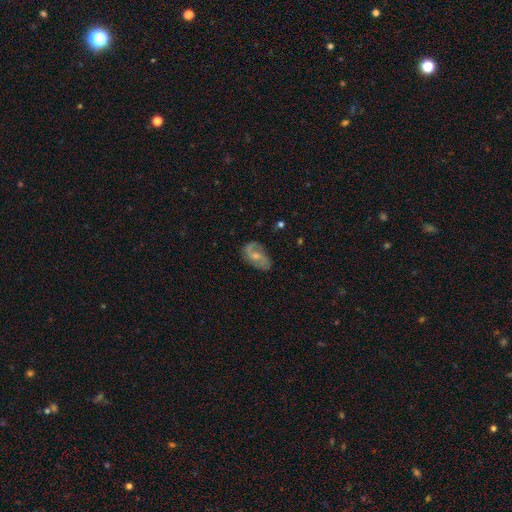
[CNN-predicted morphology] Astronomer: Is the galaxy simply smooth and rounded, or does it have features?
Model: featured or disk — 70%.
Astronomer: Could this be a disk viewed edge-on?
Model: no — 96%.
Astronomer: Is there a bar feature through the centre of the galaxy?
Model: no — 49% (runner-up: weak, 41%).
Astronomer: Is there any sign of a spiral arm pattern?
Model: yes — 90%.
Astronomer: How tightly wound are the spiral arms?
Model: medium — 43% (runner-up: loose, 39%).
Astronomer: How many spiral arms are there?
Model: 2 — 82%.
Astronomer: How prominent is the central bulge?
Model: moderate — 54% (runner-up: small, 38%).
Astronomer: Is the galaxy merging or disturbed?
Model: none — 71%.